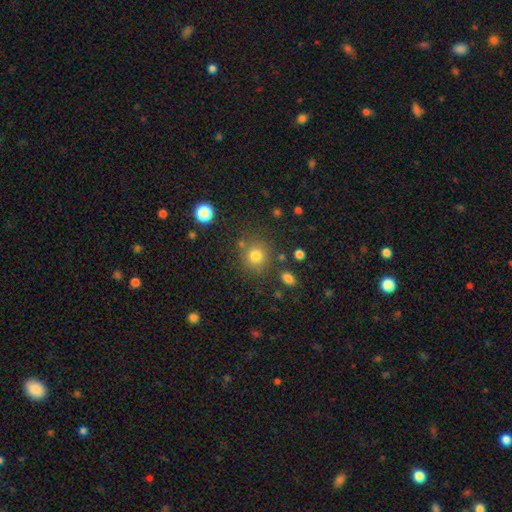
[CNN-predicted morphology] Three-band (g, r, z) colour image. It shows a smooth galaxy with no disk features (78%) that is round (89%). Merging: none (80%).